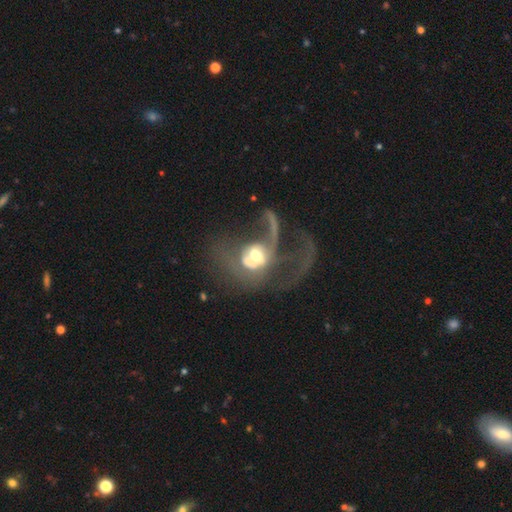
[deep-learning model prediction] Smooth or featured? featured or disk (66%)
Edge-on disk? no (95%)
Bar? no (60%)
Spiral arms? yes (57%)
Bulge size? moderate (54%)
Merging? major disturbance (57%)